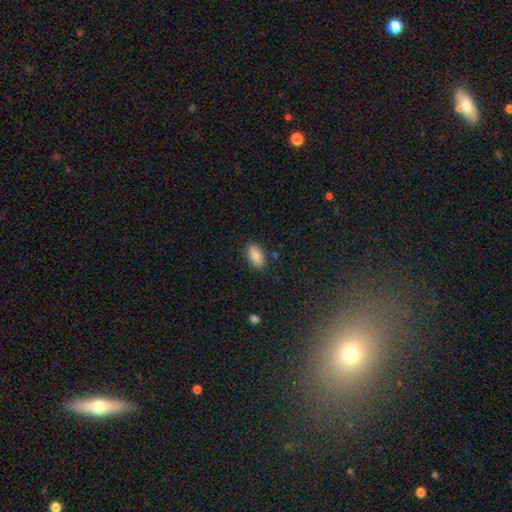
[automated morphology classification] Smooth or featured? Predicted: smooth (p=0.86). How rounded? Predicted: in between (p=0.92). Merging? Predicted: none (p=0.86).